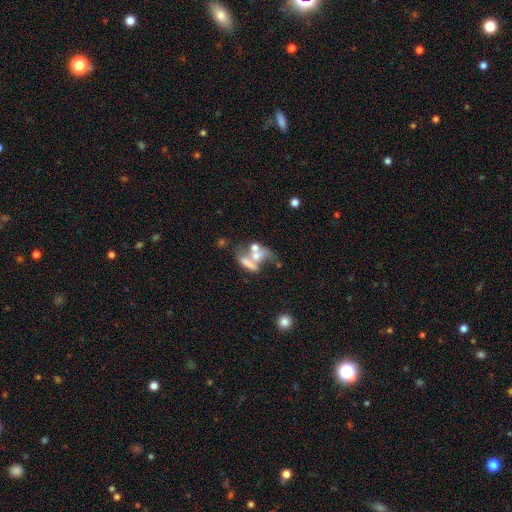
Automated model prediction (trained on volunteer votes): smooth_or_featured: featured or disk (p=0.44) [alt: smooth p=0.42]
merging: merger (p=0.54) [alt: none p=0.18]